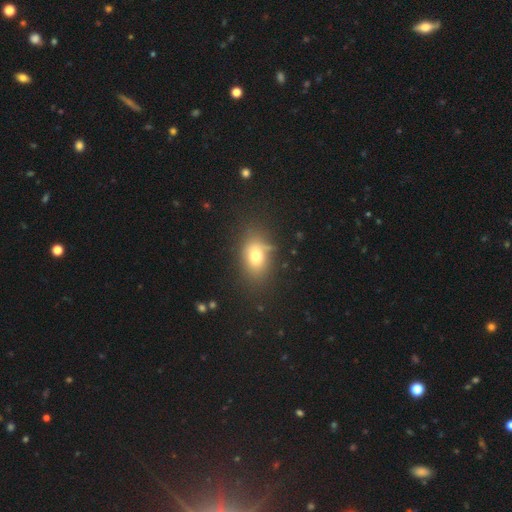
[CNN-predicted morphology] The model was most divided on "merging": none: 69%, minor disturbance: 20%, major disturbance: 8%, merger: 3%. More confident: how rounded — in between (76%); smooth or featured — smooth (73%).